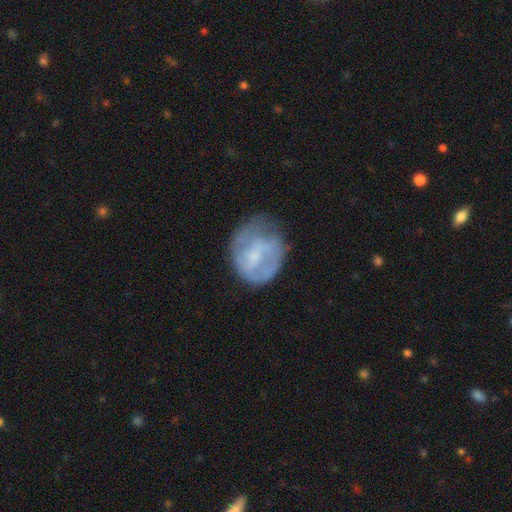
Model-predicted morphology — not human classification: This is possibly a featured or disk galaxy (49%). Merging: marginally none (44%).